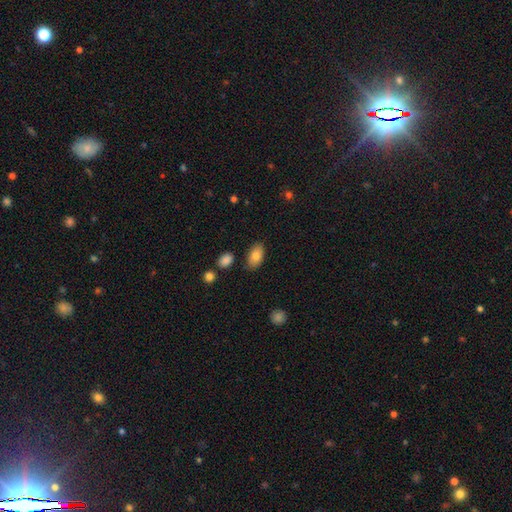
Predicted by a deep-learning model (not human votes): A smooth galaxy with no disk features (82%) that is in between round and cigar-shaped (93%).

Vote fractions:
- Smooth or featured? smooth: 82% / featured or disk: 10% / star or artifact: 7%
- How rounded? in between: 93% / round: 5% / cigar-shaped: 2%
- Merging? none: 83% / minor disturbance: 12% / merger: 3% / major disturbance: 3%